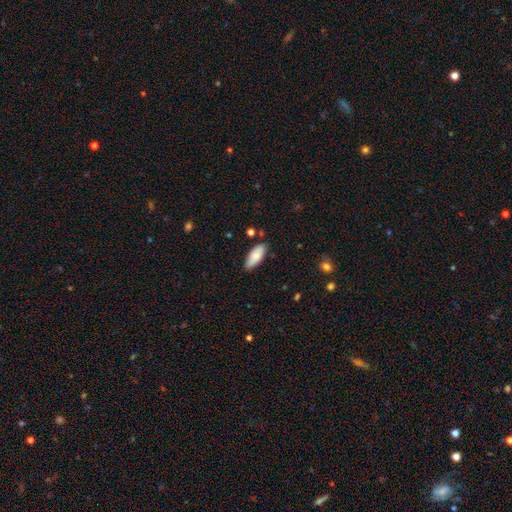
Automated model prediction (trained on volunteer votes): Smooth or featured? smooth (81%)
How rounded? in between (81%)
Merging? none (81%)